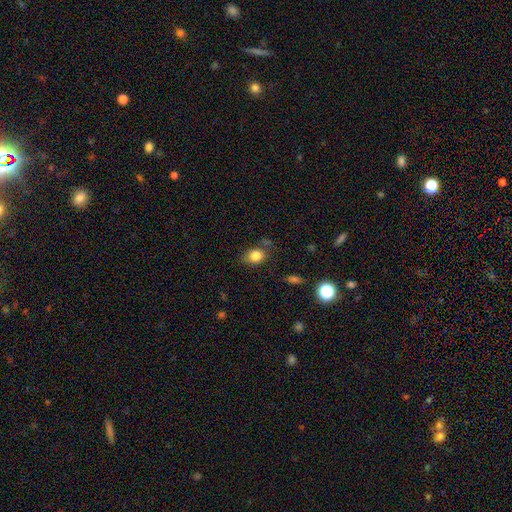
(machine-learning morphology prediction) smooth-or-featured: smooth: 83% | star or artifact: 10% | featured or disk: 7%
  how-rounded: in between: 52% | round: 46% | cigar-shaped: 1%
  merging: none: 68% | minor disturbance: 20% | major disturbance: 6% | merger: 5%